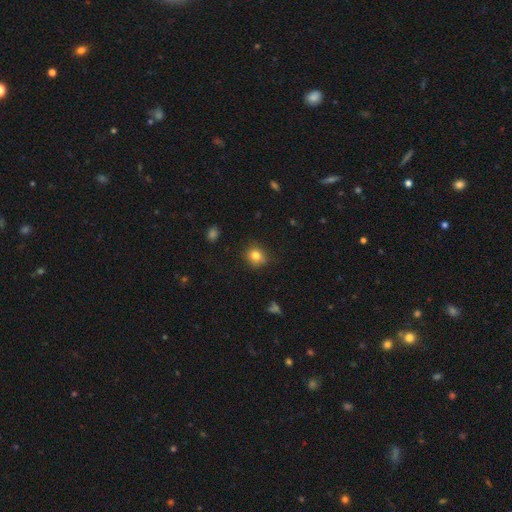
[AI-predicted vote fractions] Morphology: type=smooth (80%); roundness=round (80%); merging=none (81%).